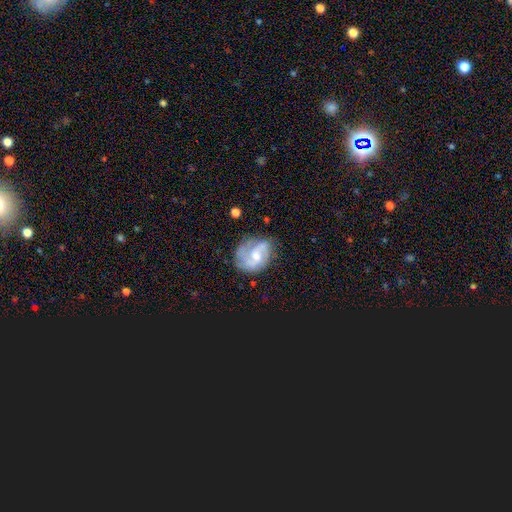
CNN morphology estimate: Overall: featured or disk (76%). Edge-on disk: no (98%). Bar: weak (47%; no 44%). Spiral arms: yes (91%). Spiral arm count: 2 (73%). Spiral winding: medium (47%; loose 33%). Bulge size: moderate (52%; small 38%). Merging: none (61%; minor disturbance 23%).